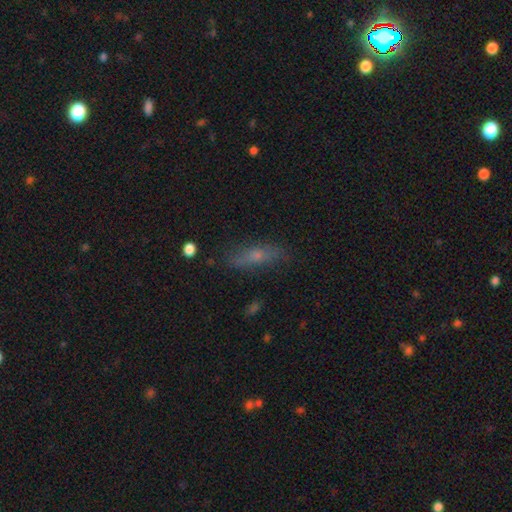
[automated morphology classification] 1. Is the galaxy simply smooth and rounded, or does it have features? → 49% smooth, 39% featured or disk, 12% star or artifact.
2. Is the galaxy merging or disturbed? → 81% none, 14% minor disturbance, 4% major disturbance, 2% merger.